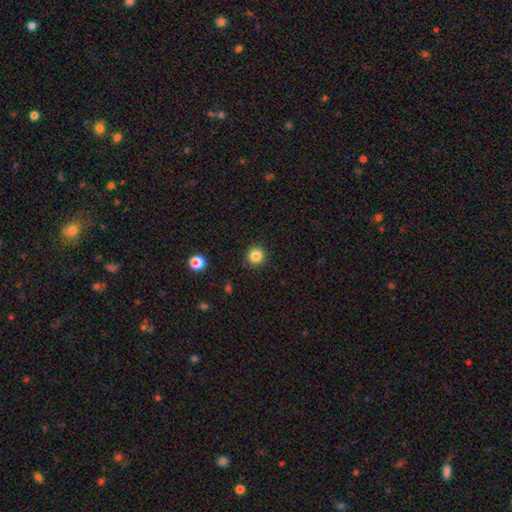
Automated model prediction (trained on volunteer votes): This appears to be a smooth galaxy with no disk features (85%) that is round (92%). Merging: none (91%).